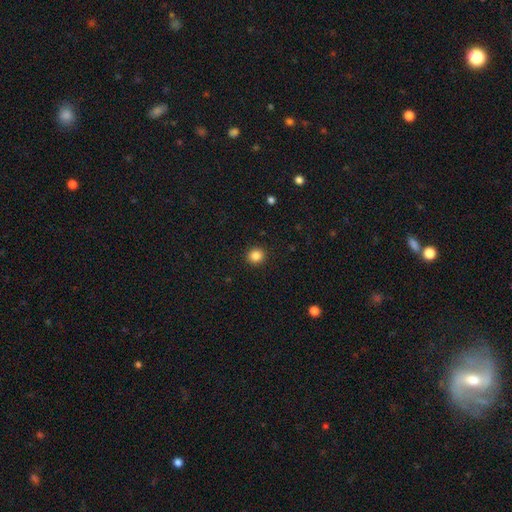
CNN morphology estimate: A smooth galaxy with no disk features (85%) that is round (90%).

Vote fractions:
- Smooth or featured? smooth: 85% / star or artifact: 11% / featured or disk: 4%
- How rounded? round: 90% / in between: 9% / cigar-shaped: 1%
- Merging? none: 92% / minor disturbance: 5% / major disturbance: 2% / merger: 1%